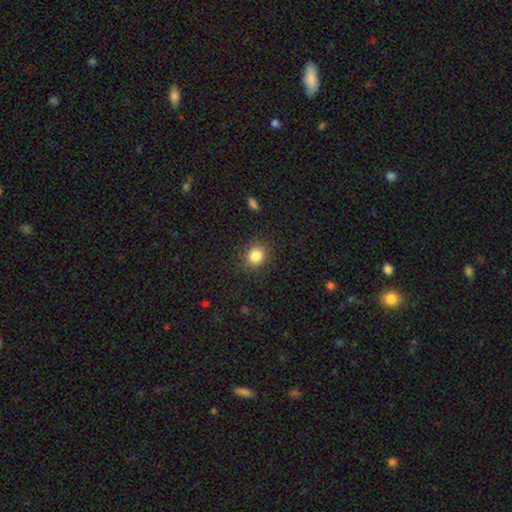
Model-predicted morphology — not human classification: A smooth galaxy with no disk features (85%) that is round (76%).

Vote fractions:
- Smooth or featured? smooth: 85% / star or artifact: 11% / featured or disk: 5%
- How rounded? round: 76% / in between: 23% / cigar-shaped: 1%
- Merging? none: 86% / minor disturbance: 10% / major disturbance: 3% / merger: 1%